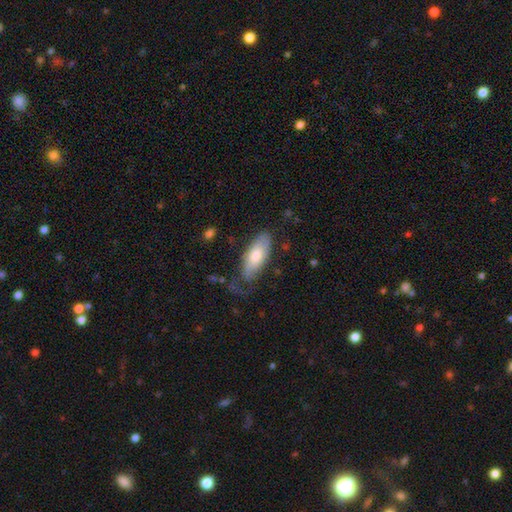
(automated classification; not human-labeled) smooth_or_featured: smooth (p=0.68) [alt: featured or disk p=0.26]
how_rounded: in between (p=0.79) [alt: cigar-shaped p=0.19]
merging: none (p=0.56) [alt: minor disturbance p=0.28]